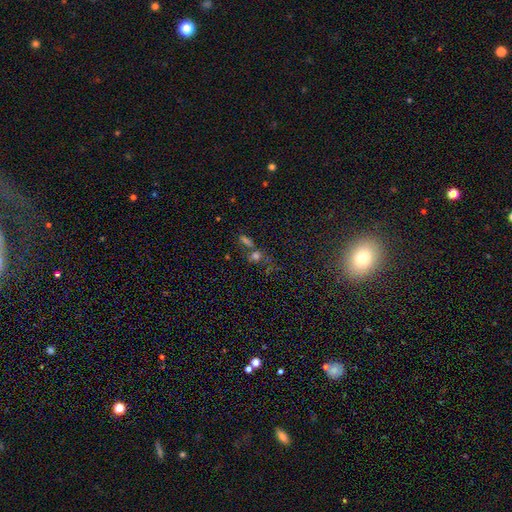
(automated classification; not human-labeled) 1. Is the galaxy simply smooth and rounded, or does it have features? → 47% smooth, 39% star or artifact, 14% featured or disk.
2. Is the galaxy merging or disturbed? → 44% none, 35% merger, 12% minor disturbance, 9% major disturbance.